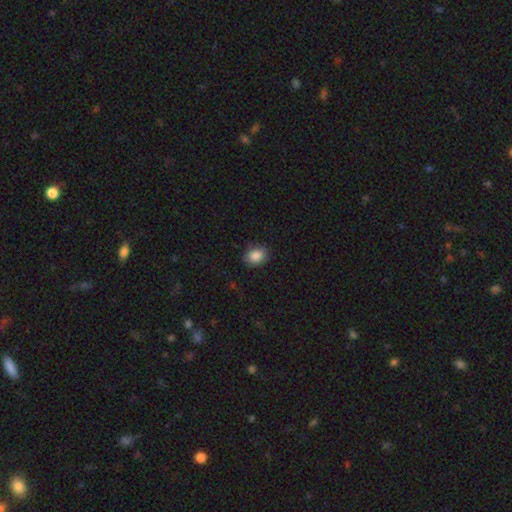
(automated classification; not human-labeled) A smooth galaxy with no disk features (87%) that is in between round and cigar-shaped (58%). Merging: none (83%).